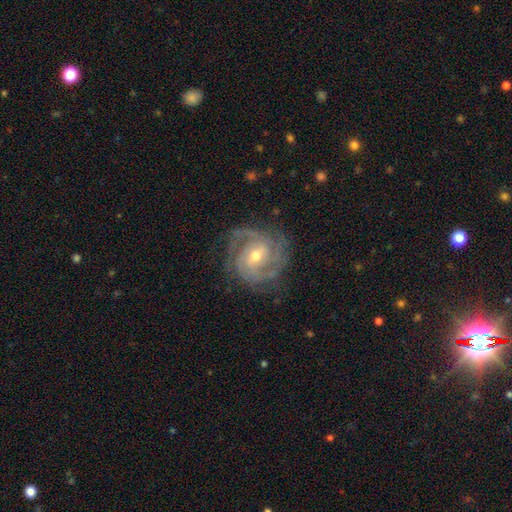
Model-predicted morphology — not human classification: featured or disk 90%, star or artifact 5%, smooth 5%. Down the decision tree: edge-on disk — no (97%); bar — weak (45%); spiral arms — yes (98%); spiral arm count — 3 (39%); spiral winding — tight (64%); bulge size — moderate (53%); merging — none (79%).